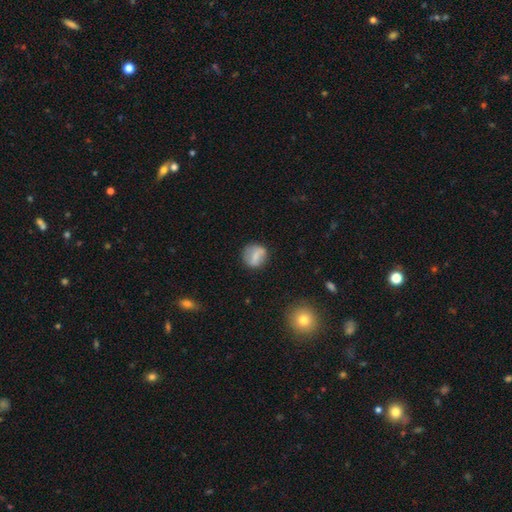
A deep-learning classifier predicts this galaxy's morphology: This is likely a smooth galaxy (61%). How rounded: likely round (76%). Merging: likely none (77%).